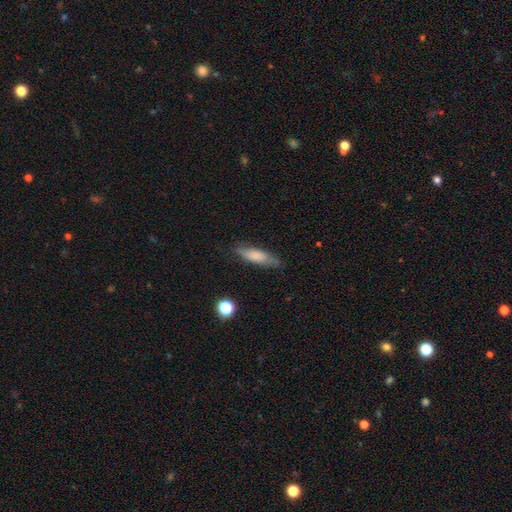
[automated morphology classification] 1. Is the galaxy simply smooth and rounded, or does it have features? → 75% smooth, 18% featured or disk, 7% star or artifact.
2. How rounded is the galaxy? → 61% cigar-shaped, 37% in between, 2% round.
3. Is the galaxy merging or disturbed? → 78% none, 17% minor disturbance, 4% major disturbance, 2% merger.